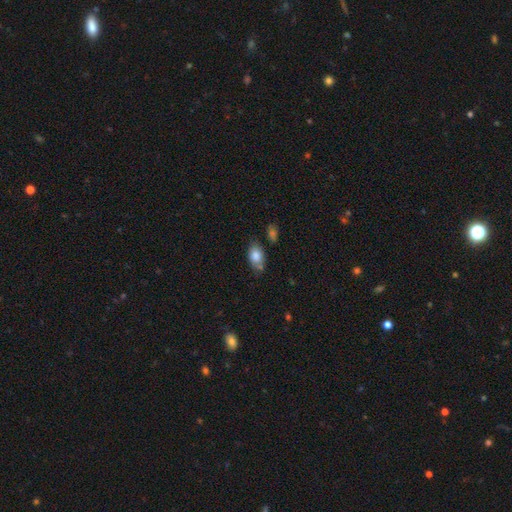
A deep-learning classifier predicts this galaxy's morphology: Q: Smooth or featured?
A: smooth (82%); runner-up: featured or disk (10%)
Q: How rounded?
A: in between (86%); runner-up: round (12%)
Q: Merging?
A: none (63%); runner-up: minor disturbance (22%)